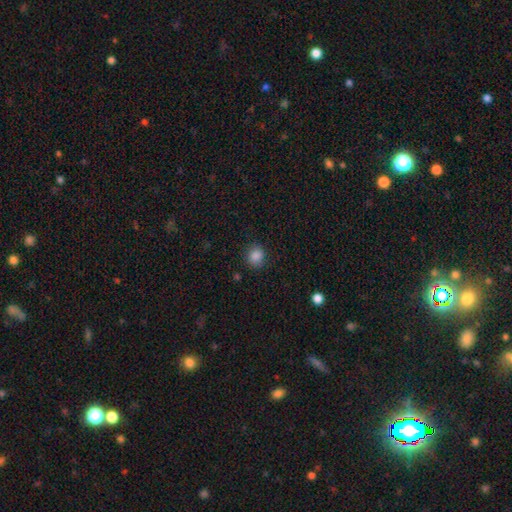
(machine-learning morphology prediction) smooth-or-featured: smooth: 85% | star or artifact: 11% | featured or disk: 4%
  how-rounded: round: 77% | in between: 22% | cigar-shaped: 1%
  merging: none: 83% | minor disturbance: 12% | major disturbance: 3% | merger: 1%